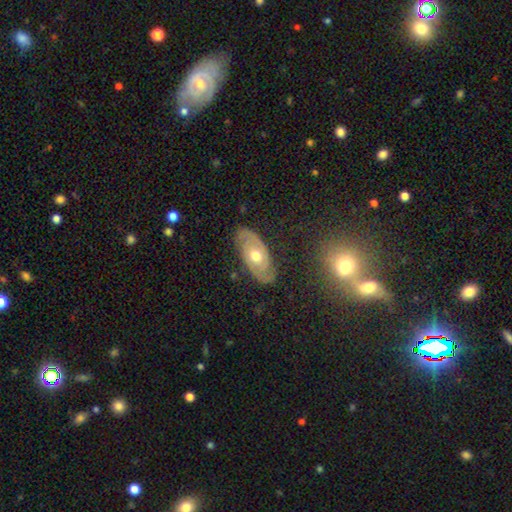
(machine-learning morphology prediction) The model was most divided on "spiral winding": tight: 54%, medium: 32%, loose: 14%. More confident: edge-on disk — no (90%); bar — no (81%); merging — none (79%); bulge size — moderate (79%); spiral arms — yes (78%); smooth or featured — featured or disk (72%); spiral arm count — 2 (69%).